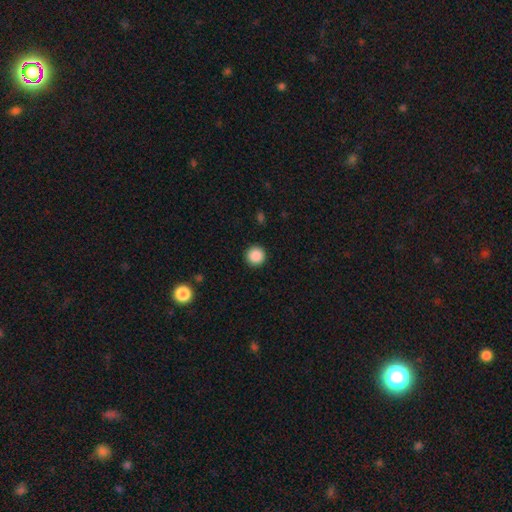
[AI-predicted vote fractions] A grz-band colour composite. It shows a smooth galaxy with no disk features (88%) that is round (95%). Merging: none (92%).